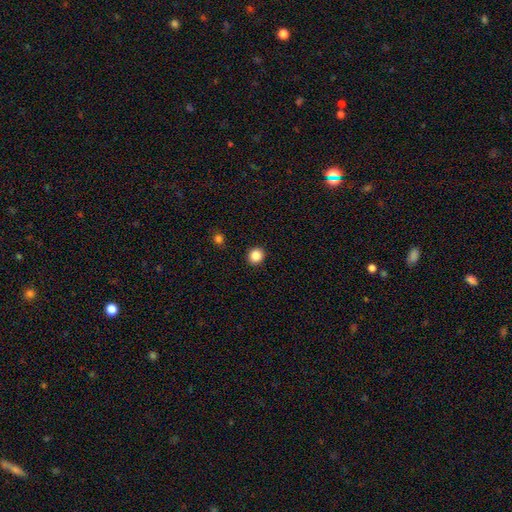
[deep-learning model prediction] Overall: smooth (85%). How rounded: round (87%). Merging: none (92%).